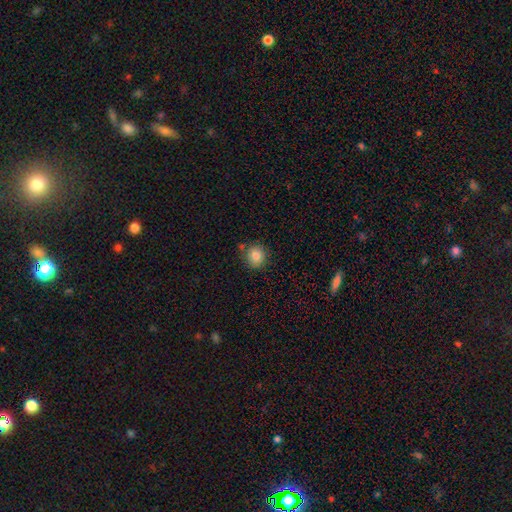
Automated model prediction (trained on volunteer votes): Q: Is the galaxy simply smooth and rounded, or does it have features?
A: smooth — 83%.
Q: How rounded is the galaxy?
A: round — 84%.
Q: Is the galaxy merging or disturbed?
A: none — 75%.